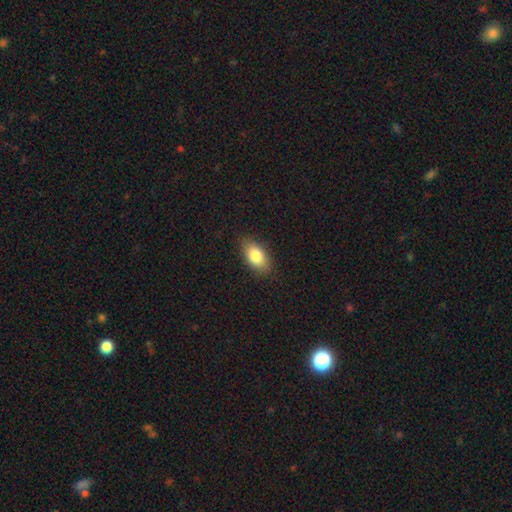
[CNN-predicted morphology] A smooth galaxy with no disk features (83%) that is in between round and cigar-shaped (91%). Merging: none (86%).